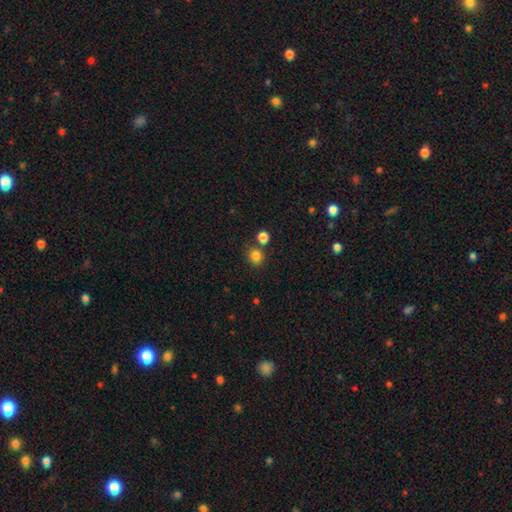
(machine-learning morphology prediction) Smooth or featured? Predicted: smooth (p=0.83). How rounded? Predicted: round (p=0.77). Merging? Predicted: none (p=0.71).